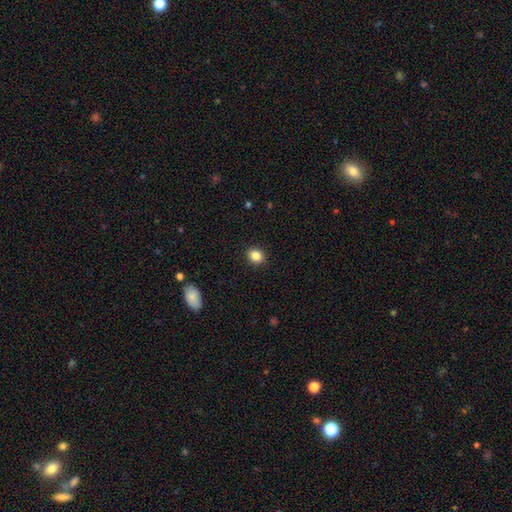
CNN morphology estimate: Q: Smooth or featured?
A: smooth (86%); runner-up: star or artifact (10%)
Q: How rounded?
A: round (66%); runner-up: in between (33%)
Q: Merging?
A: none (91%); runner-up: minor disturbance (6%)